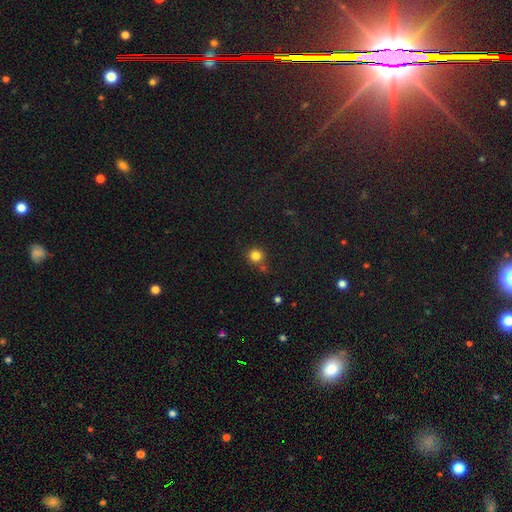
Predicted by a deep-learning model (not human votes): smooth 82%, star or artifact 13%, featured or disk 5%. Down the decision tree: how rounded — round (93%); merging — none (77%).